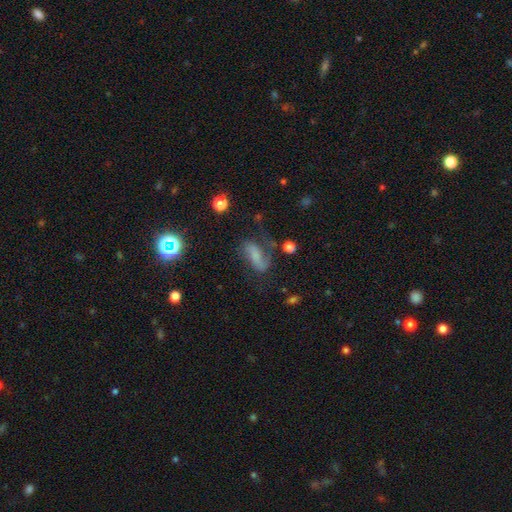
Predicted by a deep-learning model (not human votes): A featured or disk galaxy (50%).

Vote fractions:
- Smooth or featured? featured or disk: 50% / smooth: 34% / star or artifact: 15%
- Edge-on disk? no: 92% / yes: 8%
- Merging? none: 45% / major disturbance: 27% / minor disturbance: 23% / merger: 5%